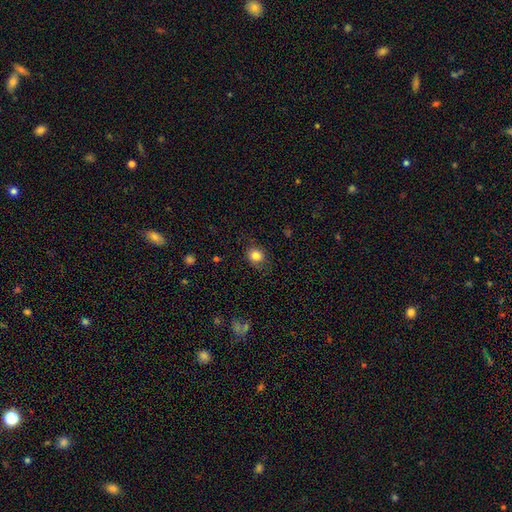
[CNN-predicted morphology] Smooth or featured?
  - smooth: 83% *
  - star or artifact: 11%
  - featured or disk: 6%
How rounded?
  - round: 73% *
  - in between: 26%
  - cigar-shaped: 1%
Merging?
  - none: 81% *
  - minor disturbance: 14%
  - major disturbance: 4%
  - merger: 1%